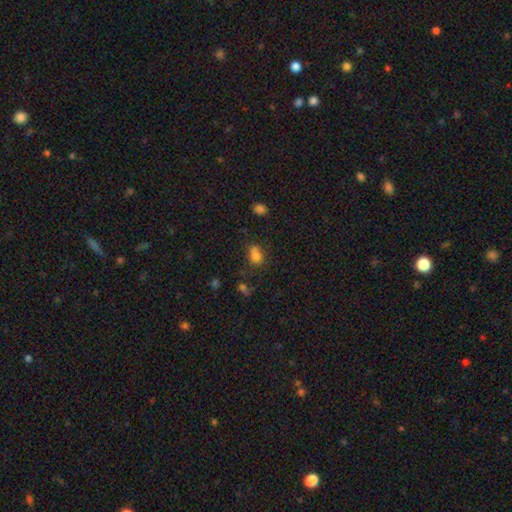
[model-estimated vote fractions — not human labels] Smooth or featured: smooth — 75% (star or artifact — 15%)
How rounded: in between — 59% (round — 39%)
Merging: none — 42% (merger — 24%)